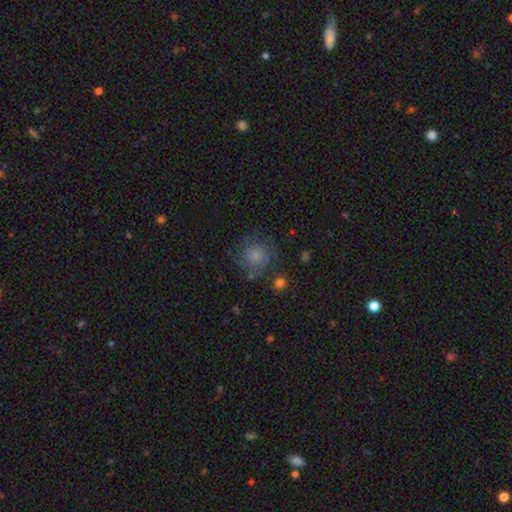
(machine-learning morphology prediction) Smooth or featured? smooth (69%)
How rounded? round (89%)
Merging? none (67%)